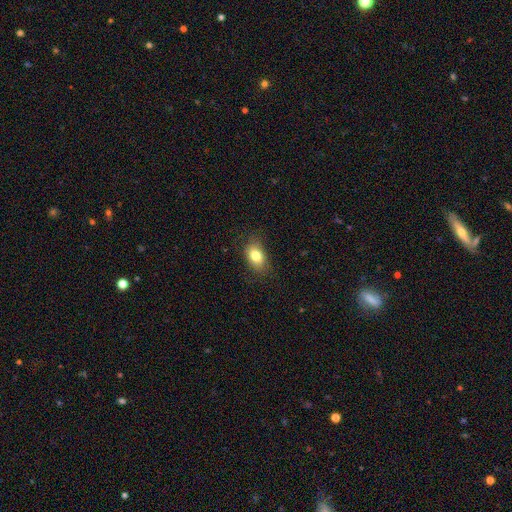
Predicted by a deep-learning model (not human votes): Smooth or featured?
  - smooth: 80% *
  - featured or disk: 10%
  - star or artifact: 9%
How rounded?
  - in between: 81% *
  - round: 17%
  - cigar-shaped: 2%
Merging?
  - none: 78% *
  - minor disturbance: 16%
  - major disturbance: 5%
  - merger: 1%